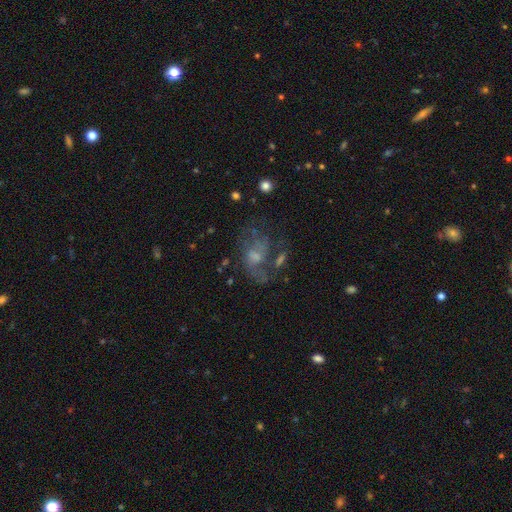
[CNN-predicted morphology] Smooth or featured?
  - featured or disk: 57% *
  - smooth: 29%
  - star or artifact: 14%
Edge-on disk?
  - no: 96% *
  - yes: 4%
Bar?
  - no: 71% *
  - weak: 25%
  - strong: 4%
Spiral arms?
  - yes: 52% *
  - no: 48%
Bulge size?
  - moderate: 38% *
  - small: 32%
  - none: 20%
  - large: 8%
  - dominant: 2%
Merging?
  - none: 35% *
  - major disturbance: 34%
  - minor disturbance: 18%
  - merger: 14%